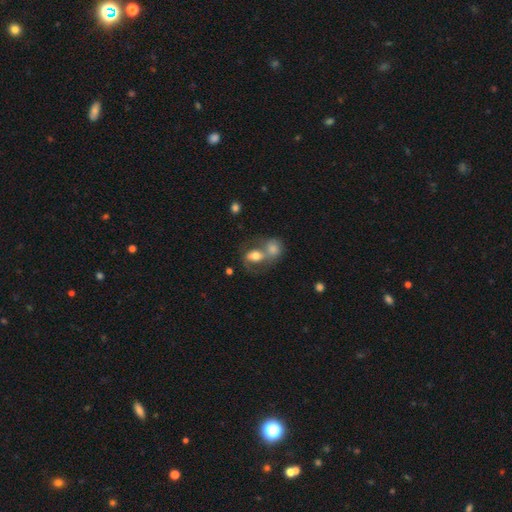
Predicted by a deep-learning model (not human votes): Smooth or featured? Predicted: smooth (p=0.57). How rounded? Predicted: in between (p=0.67). Merging? Predicted: merger (p=0.67).